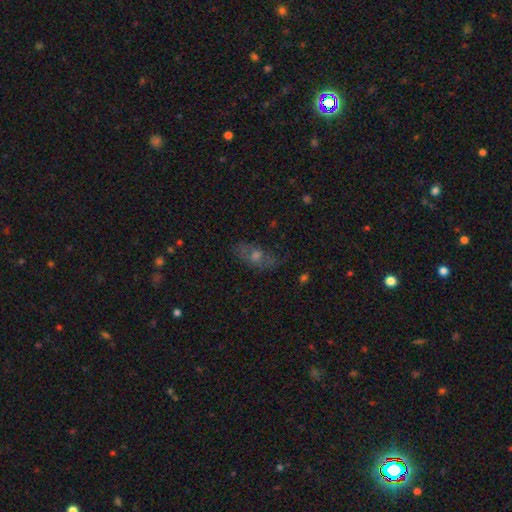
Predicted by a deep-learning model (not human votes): The model was most divided on "smooth or featured" (2-way tie): smooth: 39%, featured or disk: 39%, star or artifact: 22%. More confident: merging — none (71%).